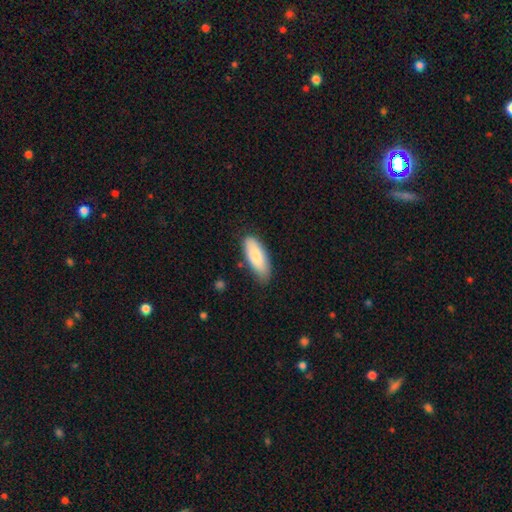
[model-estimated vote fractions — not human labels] Smooth or featured? Predicted: smooth (p=0.82). How rounded? Predicted: in between (p=0.76). Merging? Predicted: none (p=0.76).